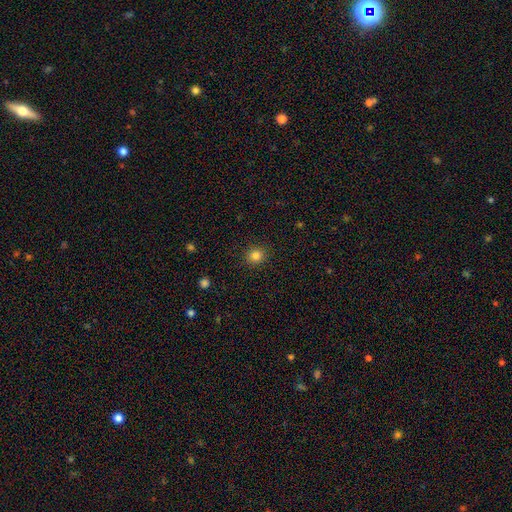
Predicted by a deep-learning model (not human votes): Smooth or featured? smooth (83%)
How rounded? round (87%)
Merging? none (91%)